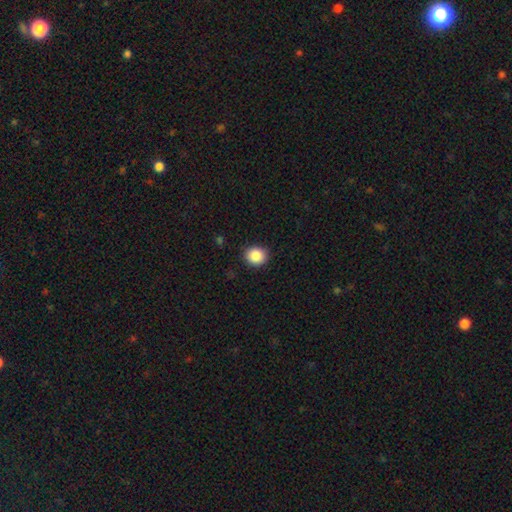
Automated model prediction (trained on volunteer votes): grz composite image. It shows a smooth galaxy with no disk features (88%) that is round (74%). Merging: none (88%).